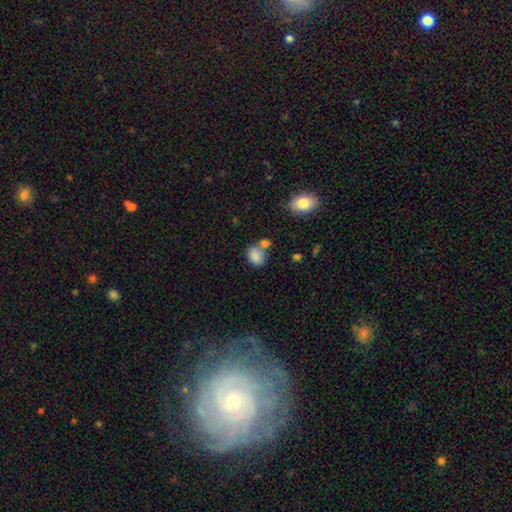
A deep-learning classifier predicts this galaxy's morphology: Overall: smooth (83%). How rounded: in between (59%; round 40%). Merging: none (46%; merger 34%).